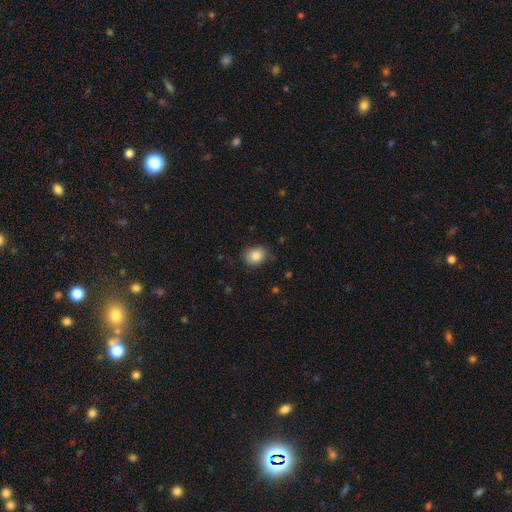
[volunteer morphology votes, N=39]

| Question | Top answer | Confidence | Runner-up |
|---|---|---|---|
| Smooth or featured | smooth | 95% | featured or disk (5%) |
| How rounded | round | 65% | in between (35%) |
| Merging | none | 77% | minor disturbance (21%) |